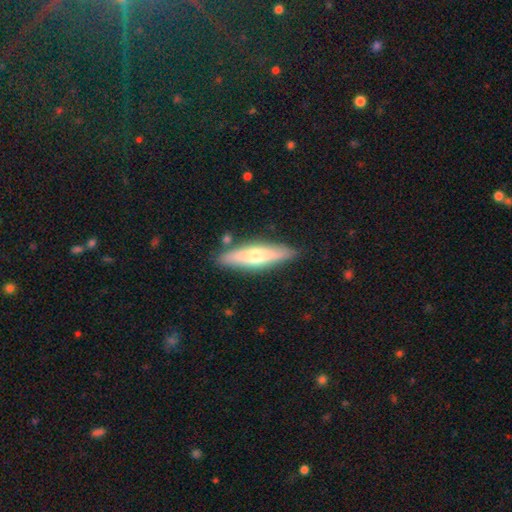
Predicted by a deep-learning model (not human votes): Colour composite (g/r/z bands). It shows a smooth galaxy with no disk features (50%). Merging: none (84%).